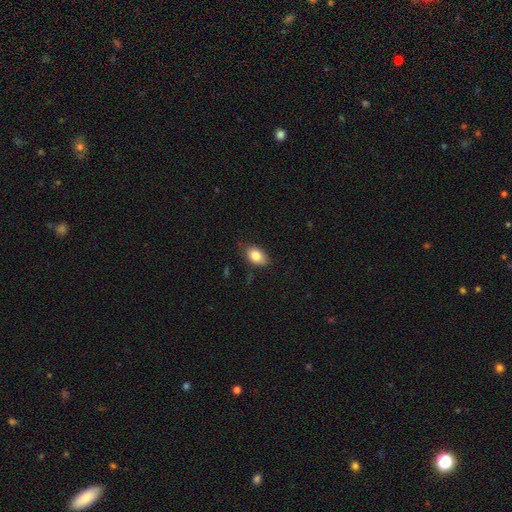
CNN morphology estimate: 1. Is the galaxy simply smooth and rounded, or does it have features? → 83% smooth, 9% featured or disk, 7% star or artifact.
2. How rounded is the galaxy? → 88% in between, 10% round, 2% cigar-shaped.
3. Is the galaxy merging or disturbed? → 76% none, 20% minor disturbance, 3% major disturbance, 1% merger.